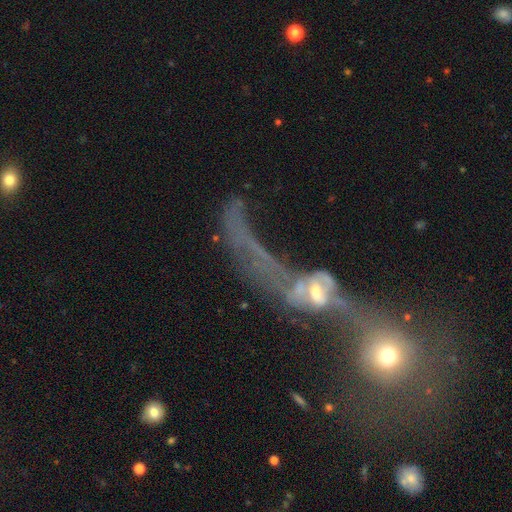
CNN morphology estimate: Smooth or featured?
  - featured or disk: 60% *
  - smooth: 23%
  - star or artifact: 17%
Edge-on disk?
  - no: 84% *
  - yes: 16%
Bar?
  - no: 68% *
  - weak: 20%
  - strong: 12%
Spiral arms?
  - no: 56% *
  - yes: 44%
Bulge size?
  - moderate: 40% *
  - small: 36%
  - none: 15%
  - large: 6%
  - dominant: 3%
Merging?
  - merger: 57% *
  - major disturbance: 28%
  - none: 9%
  - minor disturbance: 6%